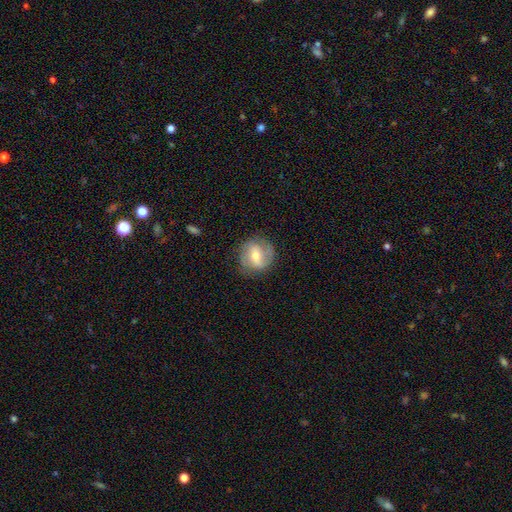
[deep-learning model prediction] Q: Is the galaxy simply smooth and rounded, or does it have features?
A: featured or disk — 61%.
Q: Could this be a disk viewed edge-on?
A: no — 96%.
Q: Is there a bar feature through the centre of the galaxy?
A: weak — 46%.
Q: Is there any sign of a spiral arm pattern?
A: yes — 77%.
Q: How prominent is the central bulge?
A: moderate — 56%.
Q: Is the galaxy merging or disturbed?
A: none — 77%.